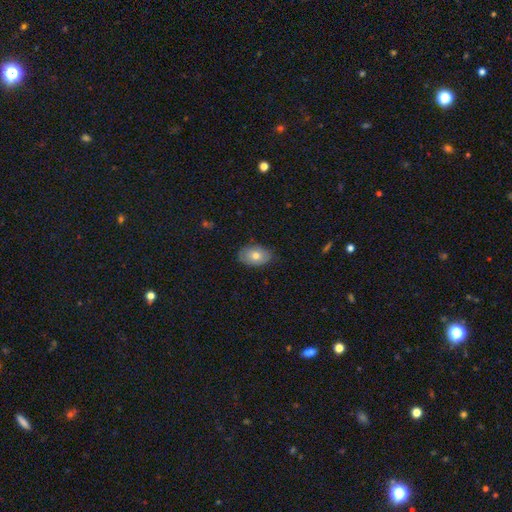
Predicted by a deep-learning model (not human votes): Overall: smooth (68%). How rounded: in between (86%). Merging: none (76%).